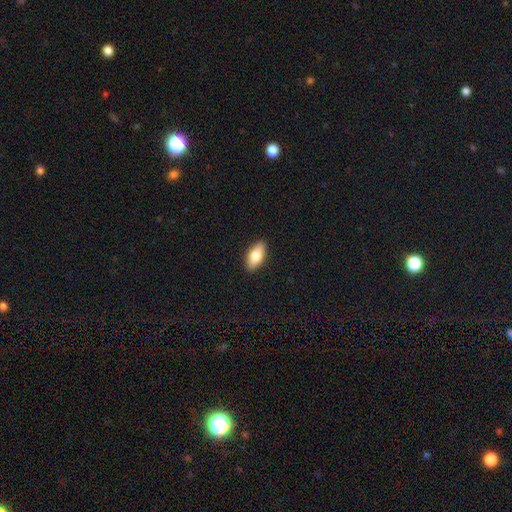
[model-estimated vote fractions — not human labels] Overall: smooth (77%). How rounded: in between (88%). Merging: none (90%).